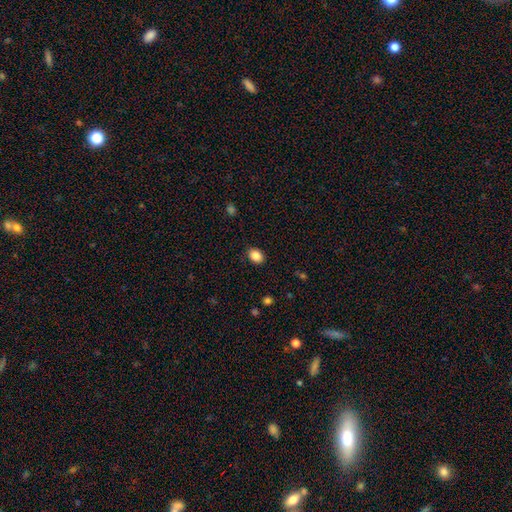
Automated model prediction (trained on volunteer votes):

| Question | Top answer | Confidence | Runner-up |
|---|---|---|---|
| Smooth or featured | smooth | 87% | star or artifact (9%) |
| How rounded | in between | 65% | round (34%) |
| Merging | none | 88% | minor disturbance (8%) |